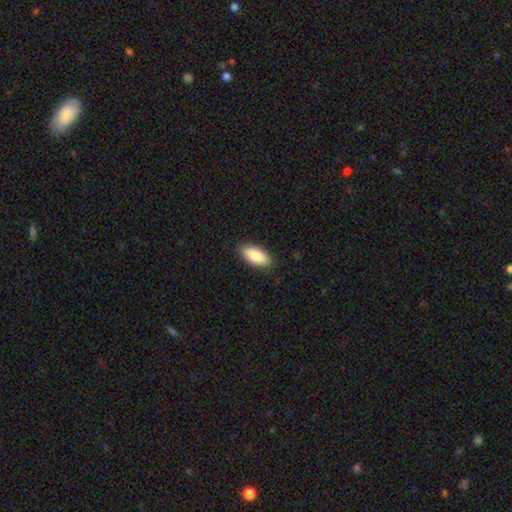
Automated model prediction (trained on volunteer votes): A smooth galaxy with no disk features (88%) that is in between round and cigar-shaped (89%). Merging: none (88%).